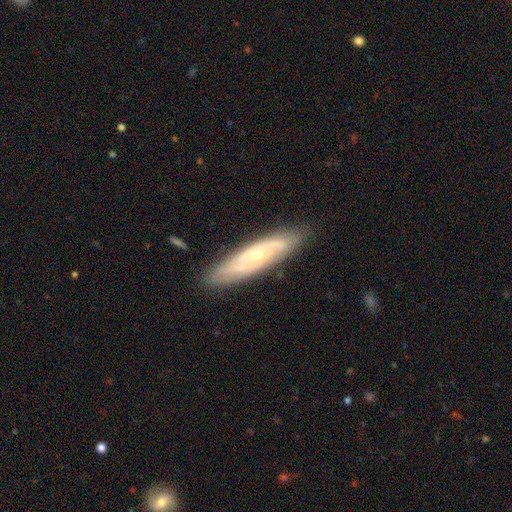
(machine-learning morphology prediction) This appears to be a featured or disk galaxy (69%). Merging: none (82%).